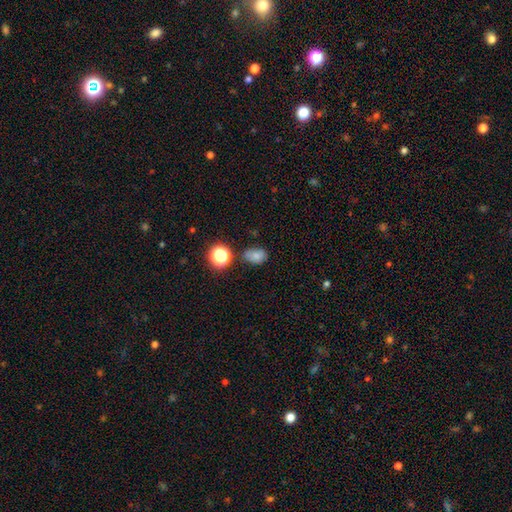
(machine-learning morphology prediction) This is likely a smooth galaxy (74%). How rounded: likely in between (70%). Merging: likely none (67%).